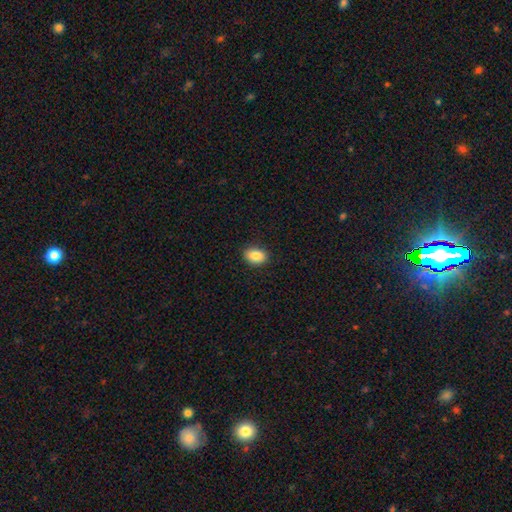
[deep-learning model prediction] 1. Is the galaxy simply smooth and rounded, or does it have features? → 86% smooth, 8% star or artifact, 6% featured or disk.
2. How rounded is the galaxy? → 80% in between, 19% round, 1% cigar-shaped.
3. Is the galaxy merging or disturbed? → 89% none, 8% minor disturbance, 2% major disturbance, 1% merger.